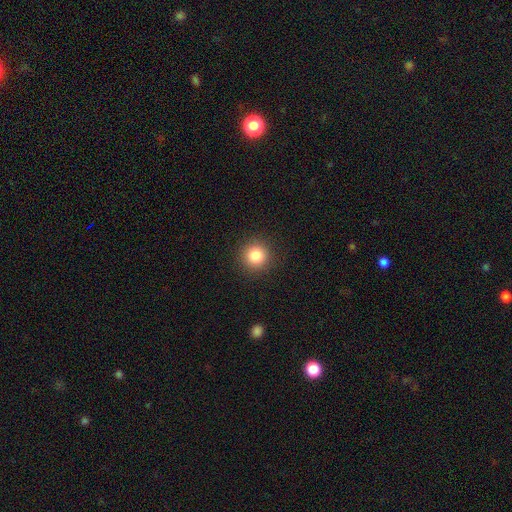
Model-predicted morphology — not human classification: A smooth galaxy with no disk features (84%) that is round (95%).

Vote fractions:
- Smooth or featured? smooth: 84% / star or artifact: 11% / featured or disk: 5%
- How rounded? round: 95% / in between: 4% / cigar-shaped: 1%
- Merging? none: 92% / minor disturbance: 5% / major disturbance: 2% / merger: 1%